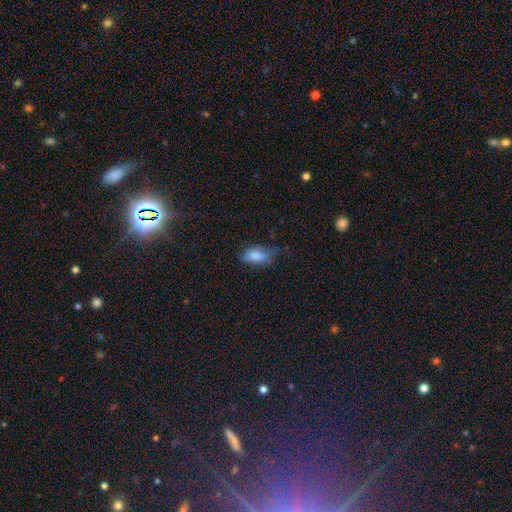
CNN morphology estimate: This appears to be a smooth galaxy with no disk features (82%) that is in between round and cigar-shaped (88%). Merging: none (49%).